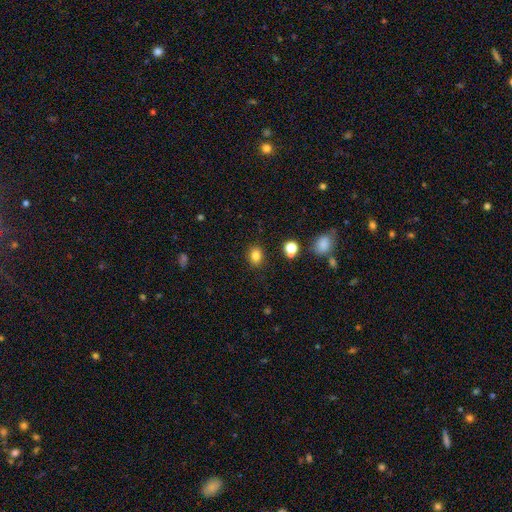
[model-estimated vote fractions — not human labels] This appears to be a smooth galaxy with no disk features (81%) that is round (52%). Merging: none (85%).